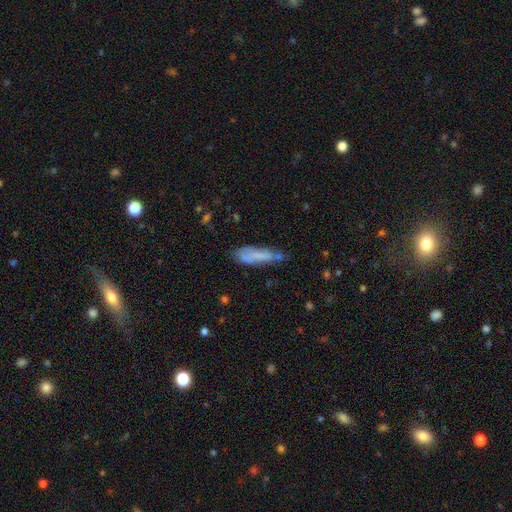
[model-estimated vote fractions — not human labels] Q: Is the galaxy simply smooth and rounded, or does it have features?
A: smooth — 63%.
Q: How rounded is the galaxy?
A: cigar-shaped — 64%.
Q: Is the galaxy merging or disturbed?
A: none — 50%.